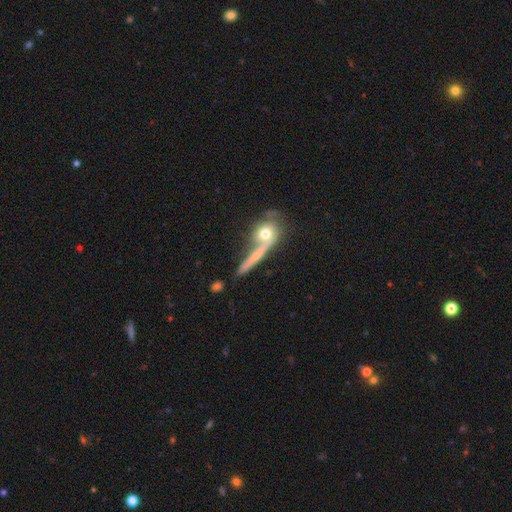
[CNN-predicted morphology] Smooth or featured?
  - smooth: 49% *
  - featured or disk: 41%
  - star or artifact: 9%
Merging?
  - none: 47% *
  - merger: 32%
  - minor disturbance: 12%
  - major disturbance: 9%